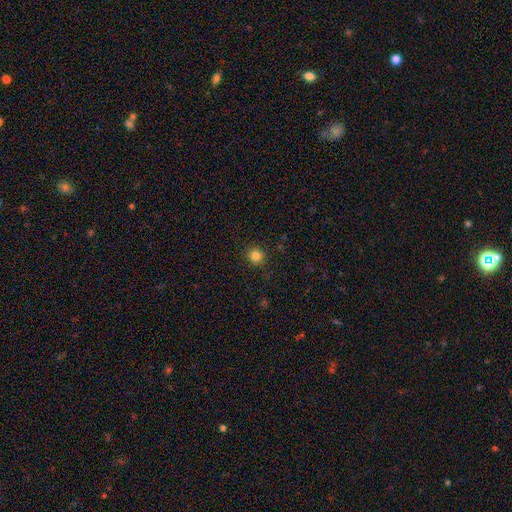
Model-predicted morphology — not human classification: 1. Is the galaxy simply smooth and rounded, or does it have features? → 83% smooth, 12% star or artifact, 5% featured or disk.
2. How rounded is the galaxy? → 93% round, 6% in between, 1% cigar-shaped.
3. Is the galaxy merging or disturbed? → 91% none, 6% minor disturbance, 2% major disturbance, 1% merger.